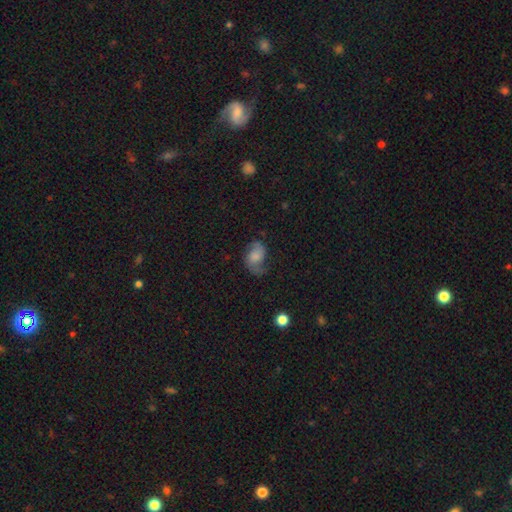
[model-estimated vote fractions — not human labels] Smooth or featured: featured or disk — 57% (smooth — 34%)
Edge-on disk: no — 97% (yes — 3%)
Bar: no — 67% (weak — 28%)
Spiral arms: yes — 91% (no — 9%)
Spiral winding: loose — 51% (medium — 37%)
Spiral arm count: 2 — 82% (1 — 10%)
Bulge size: none — 27% (moderate — 25%)
Merging: none — 55% (minor disturbance — 25%)